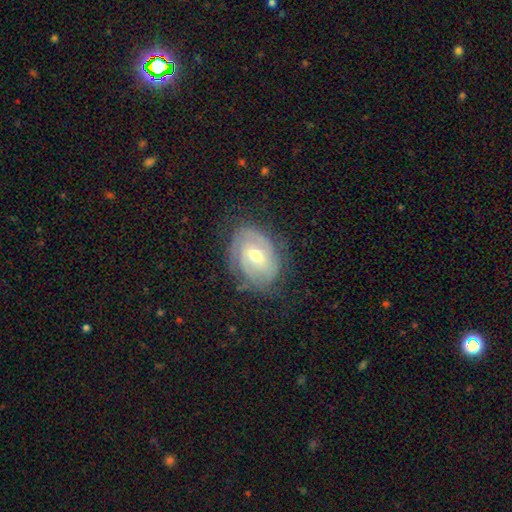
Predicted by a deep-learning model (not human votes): The model was most divided on "spiral arm count": 2: 40%, can't tell: 32%, 3: 15%, 1: 5%, 4: 4%, more than 4: 3%. Remaining: edge-on disk — no (96%); spiral arms — yes (90%); smooth or featured — featured or disk (78%); merging — none (72%); spiral winding — tight (65%); bulge size — moderate (59%); bar — weak (48%).